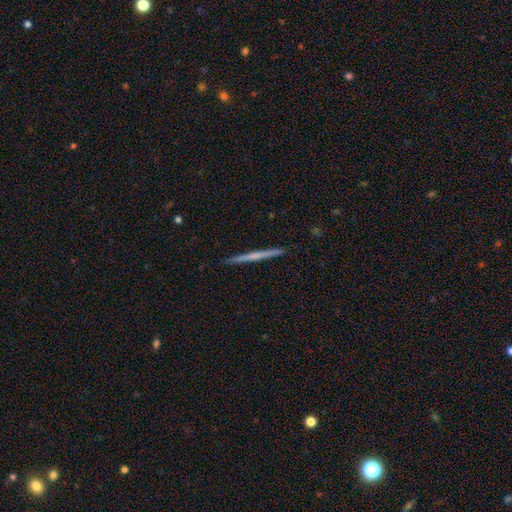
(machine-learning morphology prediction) type=featured or disk (55%); edge-on=yes (98%); edge-on bulge=none (81%); merging=none (93%).